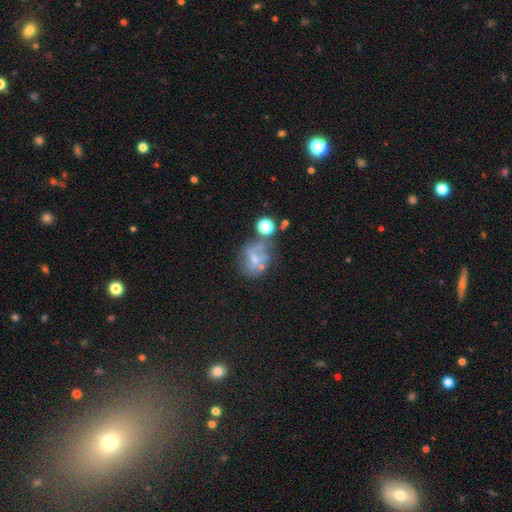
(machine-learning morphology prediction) This appears to be a featured or disk galaxy (45%). Merging: none (43%).